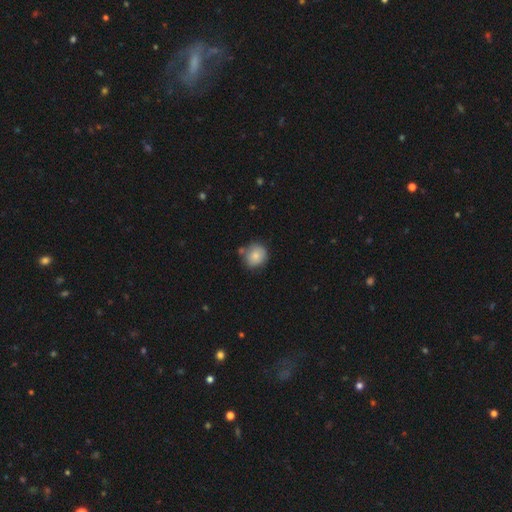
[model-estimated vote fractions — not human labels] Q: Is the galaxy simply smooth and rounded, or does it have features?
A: smooth — 82%.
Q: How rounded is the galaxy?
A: round — 85%.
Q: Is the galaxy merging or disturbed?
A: none — 69%.